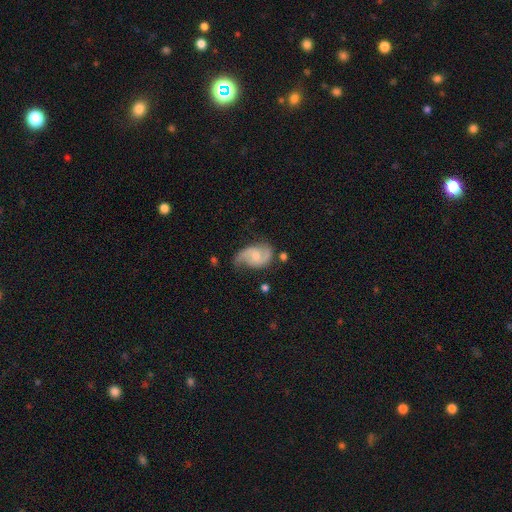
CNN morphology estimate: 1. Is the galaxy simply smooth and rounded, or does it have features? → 74% featured or disk, 21% smooth, 6% star or artifact.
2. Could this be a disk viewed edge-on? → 97% no, 3% yes.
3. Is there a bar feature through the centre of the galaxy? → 48% no, 44% weak, 8% strong.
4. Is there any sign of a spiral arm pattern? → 93% yes, 7% no.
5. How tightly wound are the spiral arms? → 43% medium, 42% loose, 15% tight.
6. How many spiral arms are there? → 86% 2, 6% can't tell, 5% 1, 1% 3, 1% 4, 1% more than 4.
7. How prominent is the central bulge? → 46% small, 44% moderate, 6% none, 3% large, 1% dominant.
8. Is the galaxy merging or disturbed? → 54% none, 30% minor disturbance, 12% major disturbance, 4% merger.